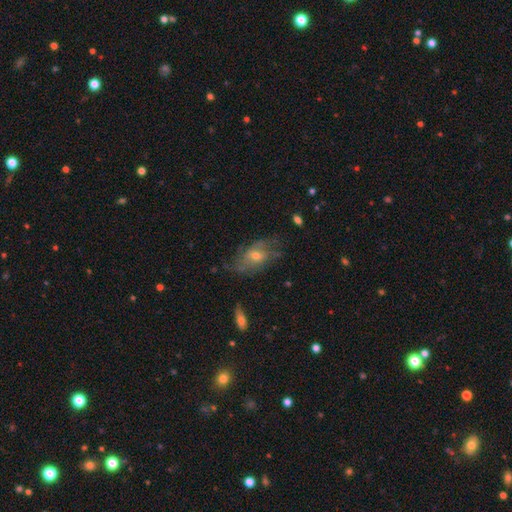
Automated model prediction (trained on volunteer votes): This appears to be a featured or disk galaxy (67%) with no bar (64%), spiral arms (78%) and a moderate central bulge (51%). Merging: none (62%).